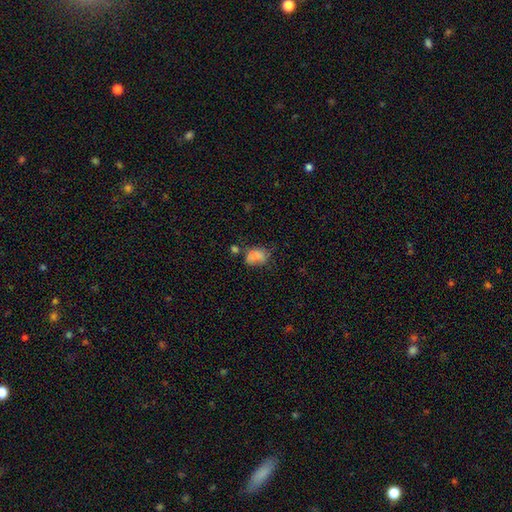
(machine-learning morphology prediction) Smooth or featured: smooth — 74% (featured or disk — 13%)
How rounded: in between — 74% (round — 25%)
Merging: none — 39% (minor disturbance — 29%)